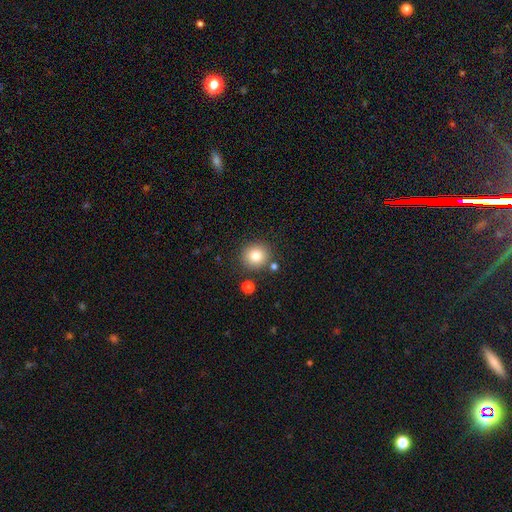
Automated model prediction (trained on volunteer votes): This is clearly a smooth galaxy (81%). How rounded: clearly round (88%). Merging: clearly none (83%).